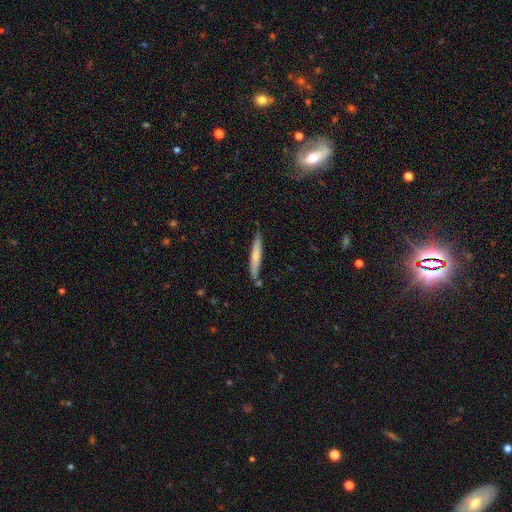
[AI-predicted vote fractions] This appears to be a smooth galaxy with no disk features (65%) that is cigar-shaped (95%). Merging: none (78%).